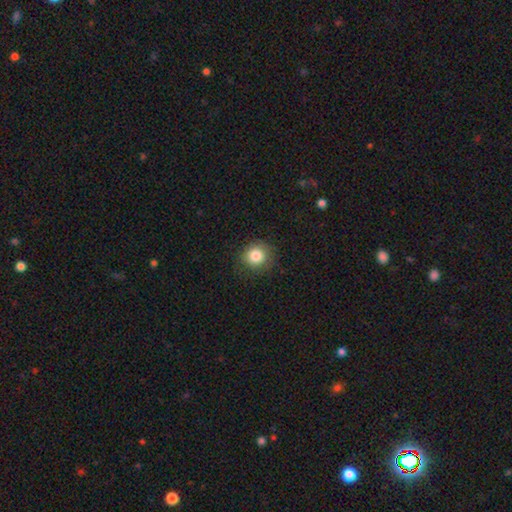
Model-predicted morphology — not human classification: smooth-or-featured: smooth: 84% | star or artifact: 10% | featured or disk: 6%
  how-rounded: round: 90% | in between: 10% | cigar-shaped: 1%
  merging: none: 85% | minor disturbance: 10% | major disturbance: 3% | merger: 1%